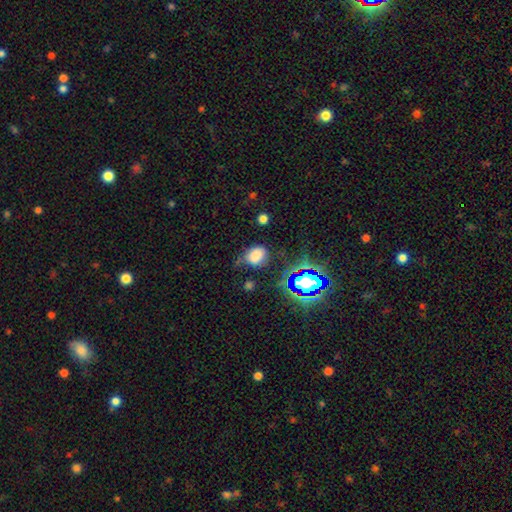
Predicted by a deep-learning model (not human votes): smooth_or_featured: smooth (p=0.71) [alt: star or artifact p=0.19]
how_rounded: in between (p=0.60) [alt: round p=0.38]
merging: none (p=0.49) [alt: minor disturbance p=0.32]